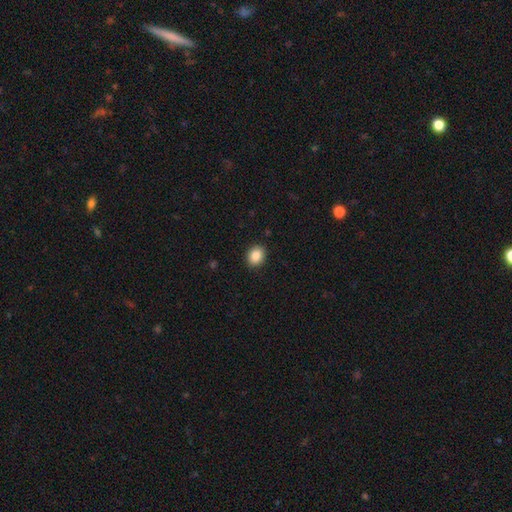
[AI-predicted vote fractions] smooth 86%, star or artifact 9%, featured or disk 5%. Down the decision tree: how rounded — round (54%); merging — none (91%).